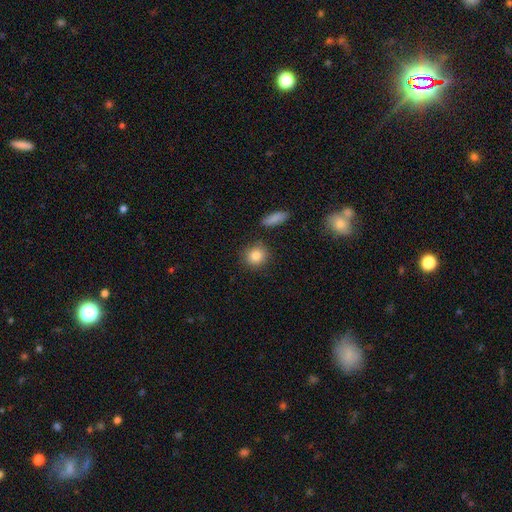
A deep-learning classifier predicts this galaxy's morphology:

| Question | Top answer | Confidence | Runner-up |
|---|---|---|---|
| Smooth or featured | smooth | 85% | star or artifact (8%) |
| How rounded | round | 83% | in between (16%) |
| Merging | none | 84% | minor disturbance (9%) |